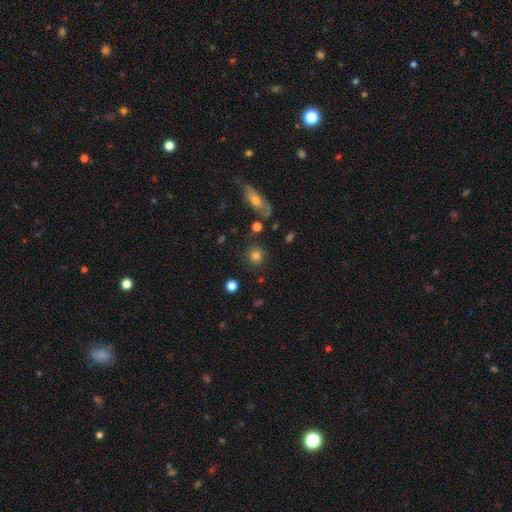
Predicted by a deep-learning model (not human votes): A smooth galaxy with no disk features (81%) that is round (91%). Merging: none (84%).